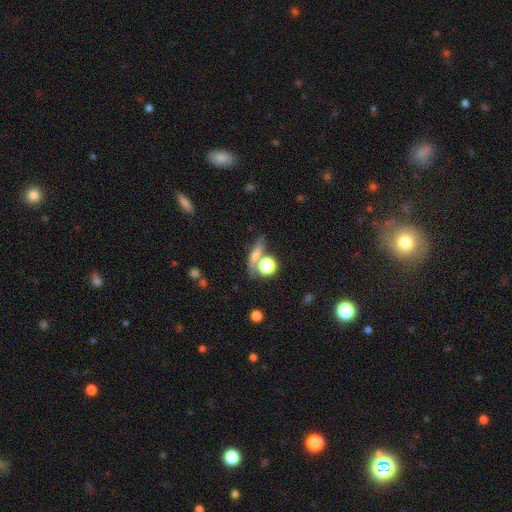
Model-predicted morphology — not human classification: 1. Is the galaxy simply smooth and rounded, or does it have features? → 59% smooth, 26% featured or disk, 15% star or artifact.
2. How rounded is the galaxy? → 45% cigar-shaped, 28% round, 27% in between.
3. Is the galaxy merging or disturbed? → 60% none, 21% merger, 12% minor disturbance, 6% major disturbance.